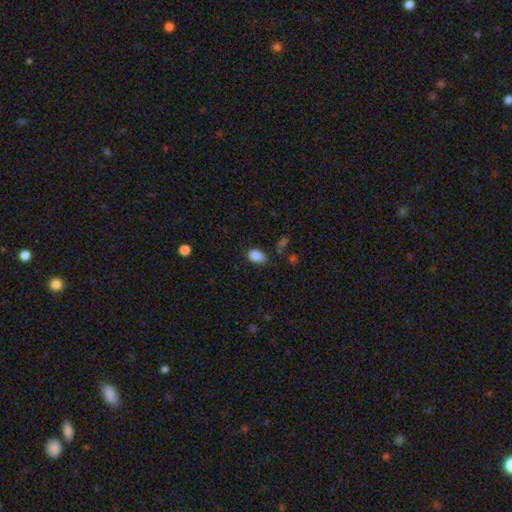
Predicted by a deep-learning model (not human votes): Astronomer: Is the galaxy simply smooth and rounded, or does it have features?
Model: smooth — 88%.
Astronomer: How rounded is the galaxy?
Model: in between — 89%.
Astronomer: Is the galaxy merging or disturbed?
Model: none — 77%.